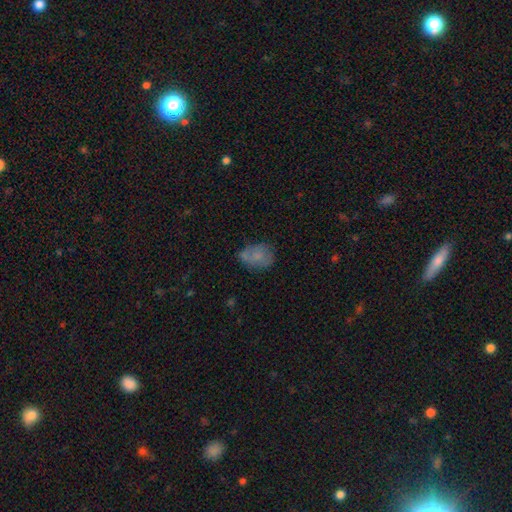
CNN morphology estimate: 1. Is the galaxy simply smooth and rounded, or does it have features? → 65% smooth, 24% featured or disk, 10% star or artifact.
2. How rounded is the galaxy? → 71% in between, 28% round, 1% cigar-shaped.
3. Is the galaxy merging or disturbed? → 56% none, 25% minor disturbance, 11% major disturbance, 9% merger.